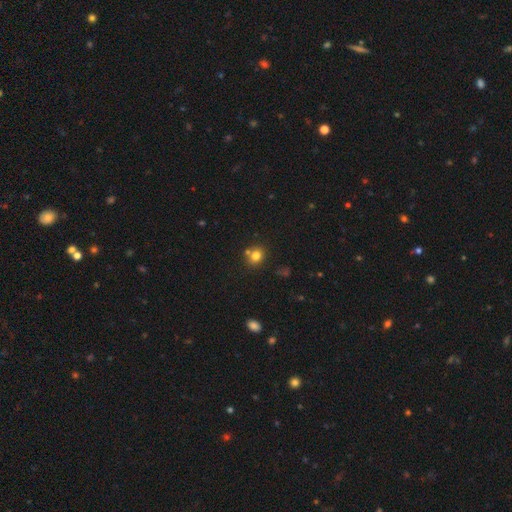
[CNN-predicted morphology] Smooth or featured? Predicted: smooth (p=0.78). How rounded? Predicted: round (p=0.70). Merging? Predicted: none (p=0.66).